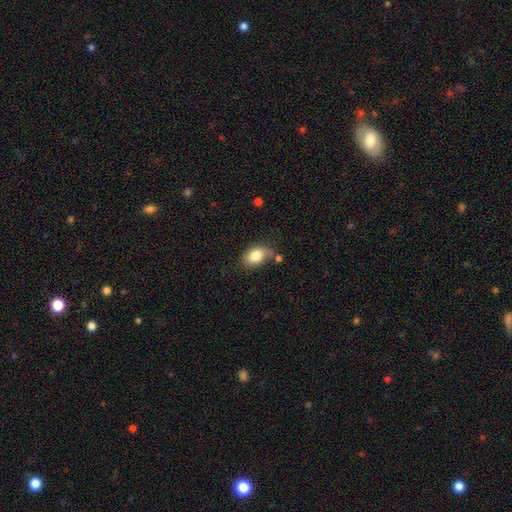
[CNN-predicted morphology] Smooth or featured: smooth — 82% (featured or disk — 9%)
How rounded: in between — 82% (round — 17%)
Merging: none — 66% (minor disturbance — 21%)